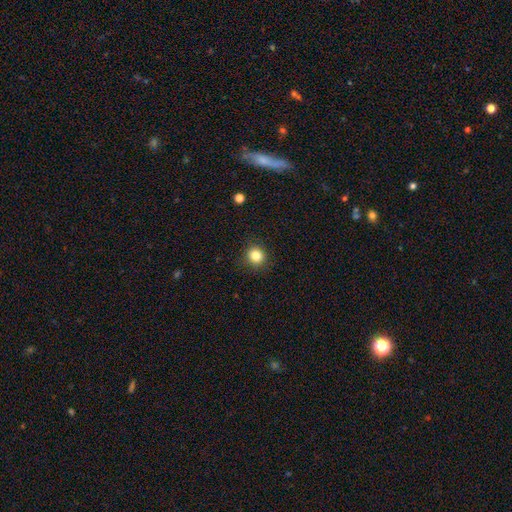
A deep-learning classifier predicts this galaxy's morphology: The model was most divided on "smooth or featured": smooth: 83%, star or artifact: 12%, featured or disk: 5%. More confident: merging — none (89%); how rounded — round (88%).